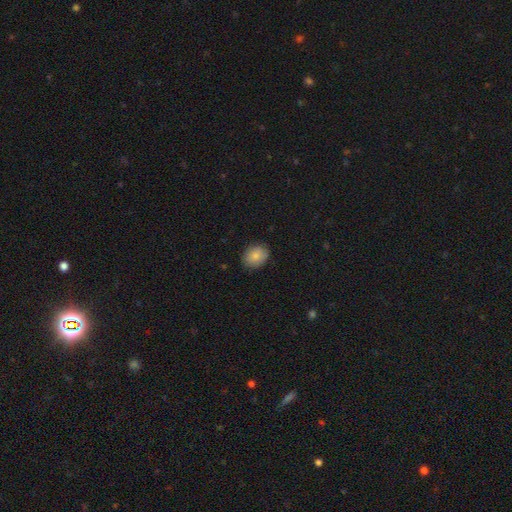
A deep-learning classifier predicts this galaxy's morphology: This is clearly a smooth galaxy (85%). How rounded: possibly in between (59%). Merging: clearly none (87%).